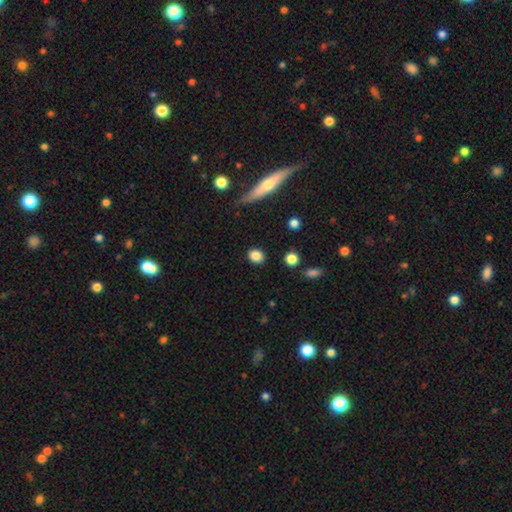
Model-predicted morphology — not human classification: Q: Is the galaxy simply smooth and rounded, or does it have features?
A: smooth — 85%.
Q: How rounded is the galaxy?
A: round — 57%.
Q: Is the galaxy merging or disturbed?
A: none — 88%.